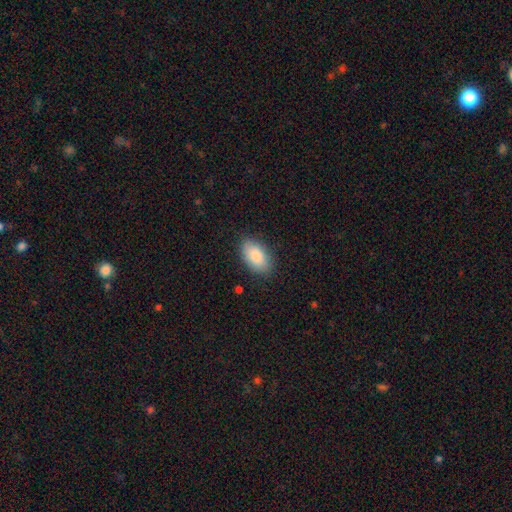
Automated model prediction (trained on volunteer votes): Smooth or featured? Predicted: smooth (p=0.85). How rounded? Predicted: in between (p=0.94). Merging? Predicted: none (p=0.84).